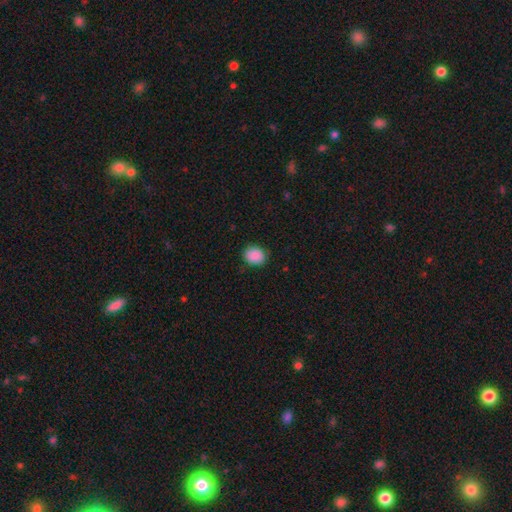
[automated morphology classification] Overall: smooth (90%). How rounded: round (54%; in between 46%). Merging: none (86%).